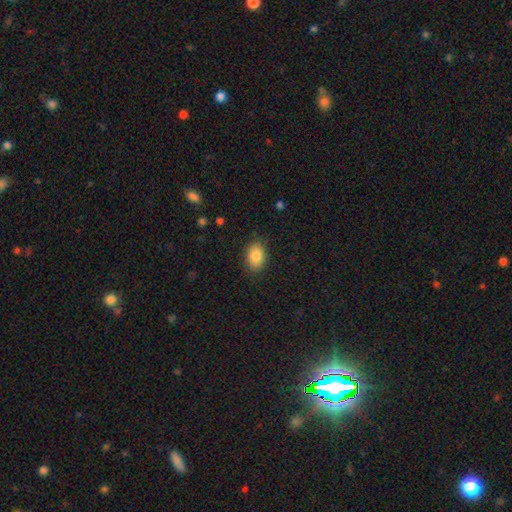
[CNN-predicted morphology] Smooth or featured? Predicted: smooth (p=0.85). How rounded? Predicted: in between (p=0.84). Merging? Predicted: none (p=0.85).